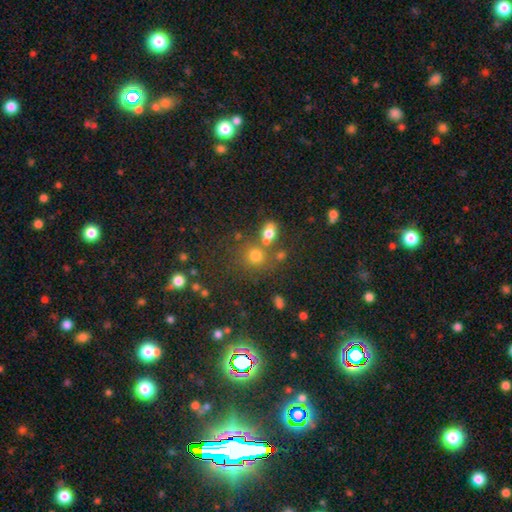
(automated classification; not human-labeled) This is likely a smooth galaxy (70%). How rounded: clearly round (83%). Merging: likely none (62%).